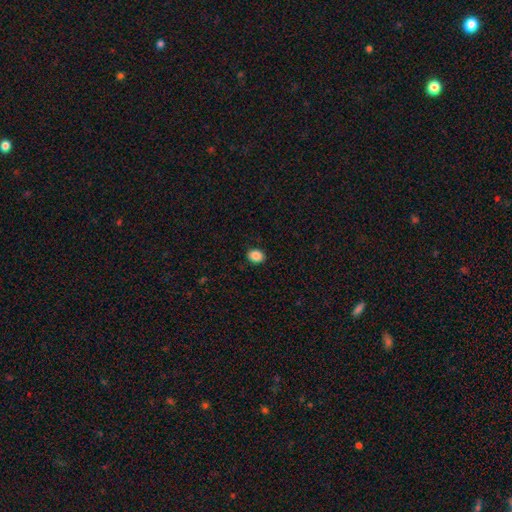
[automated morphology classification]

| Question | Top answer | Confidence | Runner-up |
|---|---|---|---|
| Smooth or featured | smooth | 88% | star or artifact (9%) |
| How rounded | in between | 58% | round (41%) |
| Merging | none | 89% | minor disturbance (8%) |